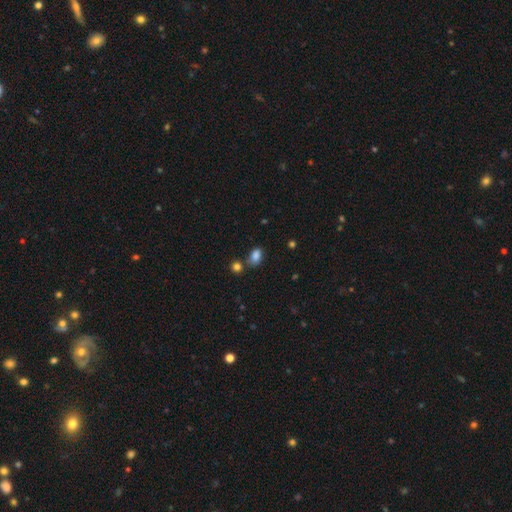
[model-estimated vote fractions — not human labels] Overall: smooth (84%). How rounded: in between (85%). Merging: none (65%).